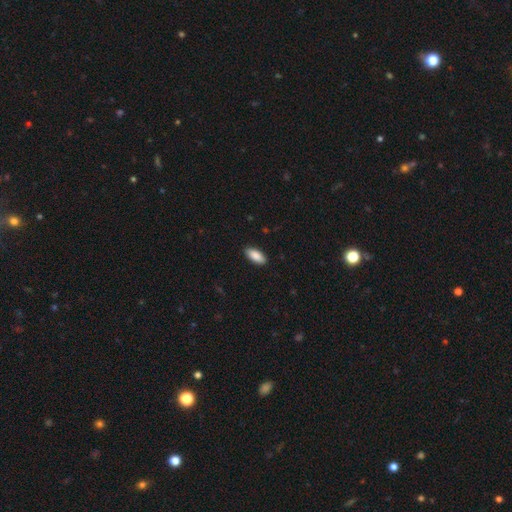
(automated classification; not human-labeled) A smooth galaxy with no disk features (89%) that is in between round and cigar-shaped (87%).

Vote fractions:
- Smooth or featured? smooth: 89% / star or artifact: 6% / featured or disk: 5%
- How rounded? in between: 87% / cigar-shaped: 11% / round: 2%
- Merging? none: 89% / minor disturbance: 8% / major disturbance: 2% / merger: 1%